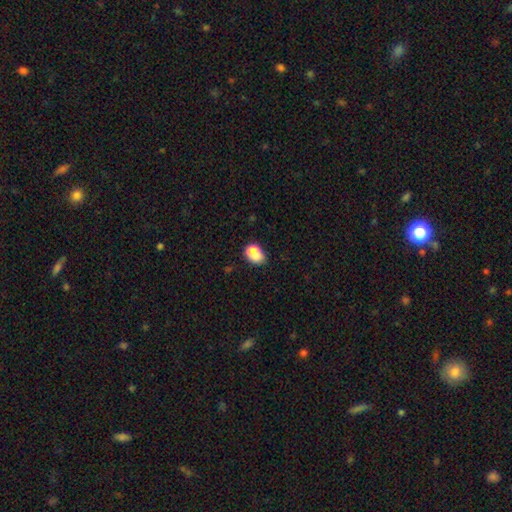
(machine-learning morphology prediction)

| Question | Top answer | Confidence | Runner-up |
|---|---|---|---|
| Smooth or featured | smooth | 75% | featured or disk (14%) |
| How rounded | in between | 69% | round (30%) |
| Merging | none | 37% | minor disturbance (27%) |